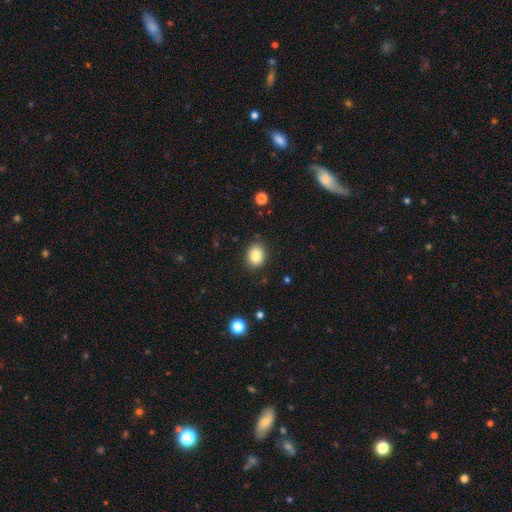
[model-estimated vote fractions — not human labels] smooth-or-featured: smooth: 85% | star or artifact: 9% | featured or disk: 6%
  how-rounded: in between: 54% | round: 45% | cigar-shaped: 1%
  merging: none: 86% | minor disturbance: 10% | major disturbance: 3% | merger: 1%